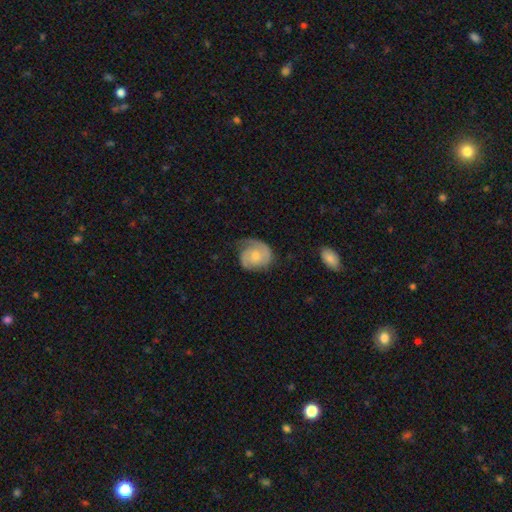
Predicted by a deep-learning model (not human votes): Overall: featured or disk (71%). Edge-on disk: no (98%). Bar: no (70%). Spiral arms: yes (93%). Spiral arm count: 2 (65%). Spiral winding: tight (48%; medium 38%). Bulge size: small (51%; moderate 40%). Merging: none (59%; minor disturbance 27%).